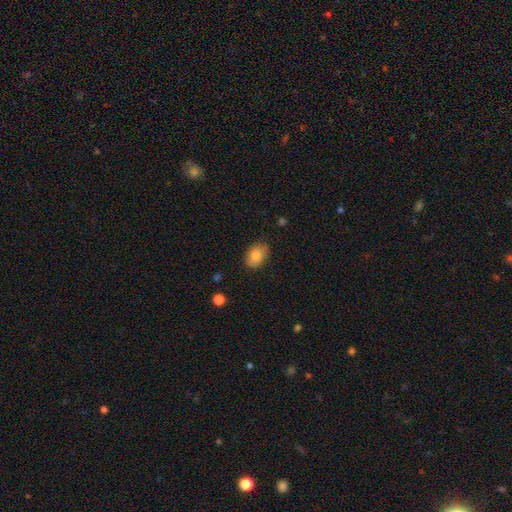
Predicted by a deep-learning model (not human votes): Smooth or featured: smooth — 81% (featured or disk — 11%)
How rounded: in between — 80% (round — 19%)
Merging: none — 79% (minor disturbance — 17%)